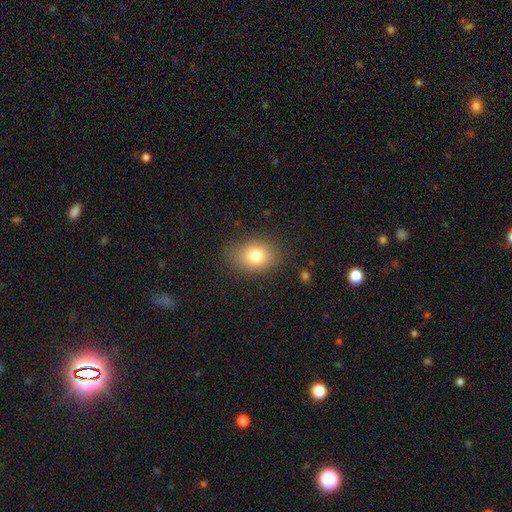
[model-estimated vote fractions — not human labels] smooth 78%, star or artifact 11%, featured or disk 11%. Down the decision tree: how rounded — in between (59%); merging — none (82%).